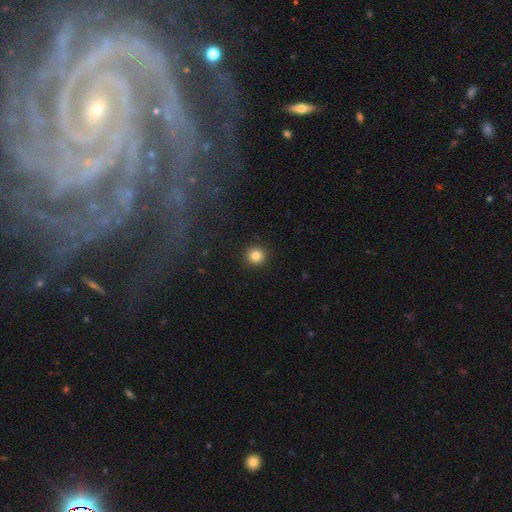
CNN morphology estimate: Q: Smooth or featured?
A: smooth (83%); runner-up: star or artifact (11%)
Q: How rounded?
A: round (94%); runner-up: in between (5%)
Q: Merging?
A: none (92%); runner-up: minor disturbance (5%)